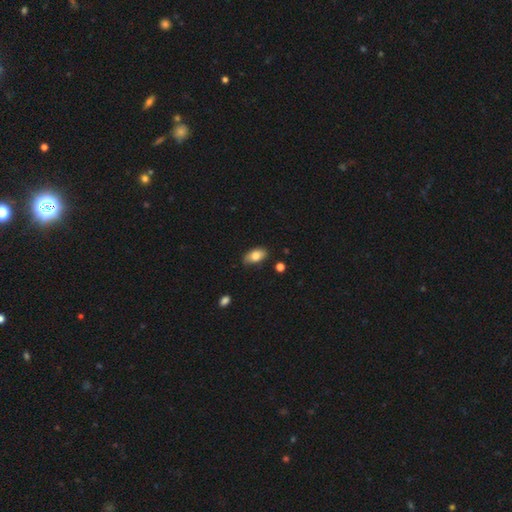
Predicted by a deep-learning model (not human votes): A smooth galaxy with no disk features (81%) that is in between round and cigar-shaped (92%).

Vote fractions:
- Smooth or featured? smooth: 81% / featured or disk: 12% / star or artifact: 7%
- How rounded? in between: 92% / round: 5% / cigar-shaped: 4%
- Merging? none: 74% / minor disturbance: 21% / major disturbance: 3% / merger: 2%